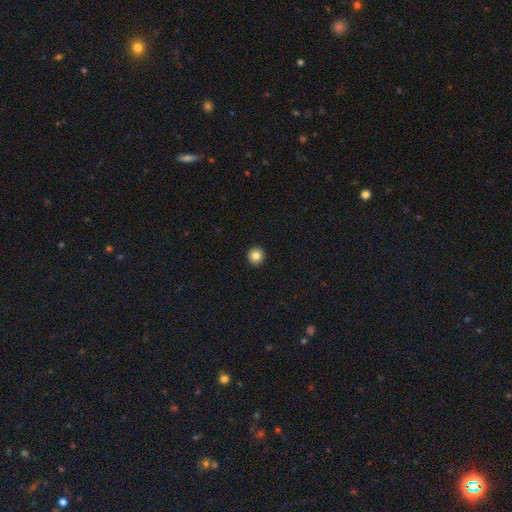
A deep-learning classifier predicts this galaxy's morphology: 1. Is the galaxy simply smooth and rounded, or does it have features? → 84% smooth, 10% star or artifact, 6% featured or disk.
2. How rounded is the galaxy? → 95% round, 4% in between, 1% cigar-shaped.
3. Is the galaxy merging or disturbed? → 94% none, 4% minor disturbance, 1% major disturbance, 1% merger.